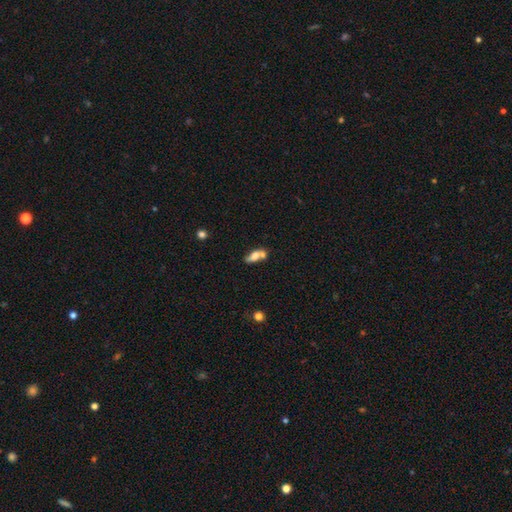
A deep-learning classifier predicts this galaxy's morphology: Smooth or featured? smooth (61%)
How rounded? in between (71%)
Merging? merger (46%)